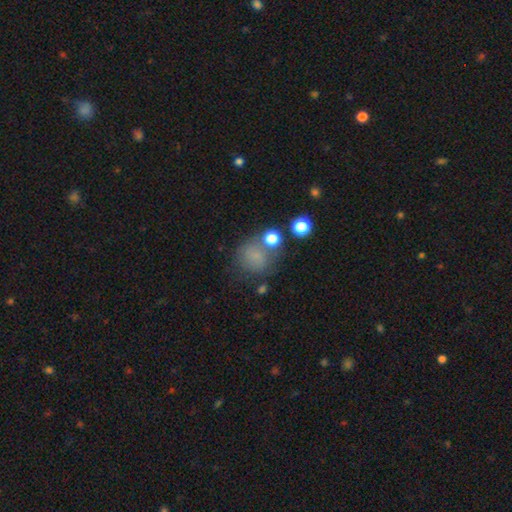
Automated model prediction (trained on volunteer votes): smooth 71%, star or artifact 17%, featured or disk 12%. Down the decision tree: how rounded — round (81%); merging — none (58%).